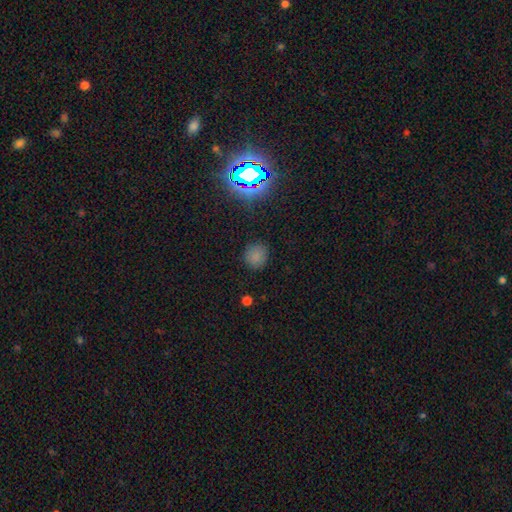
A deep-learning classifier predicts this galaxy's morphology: Smooth or featured: smooth — 77% (star or artifact — 18%)
How rounded: round — 90% (in between — 9%)
Merging: none — 88% (minor disturbance — 8%)